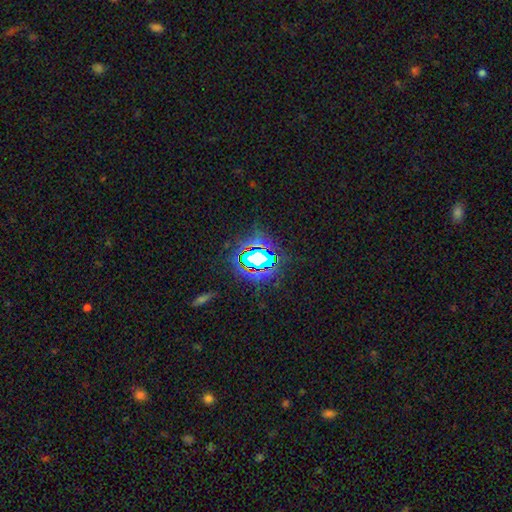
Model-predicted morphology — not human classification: Smooth or featured? Predicted: star or artifact (p=0.68).